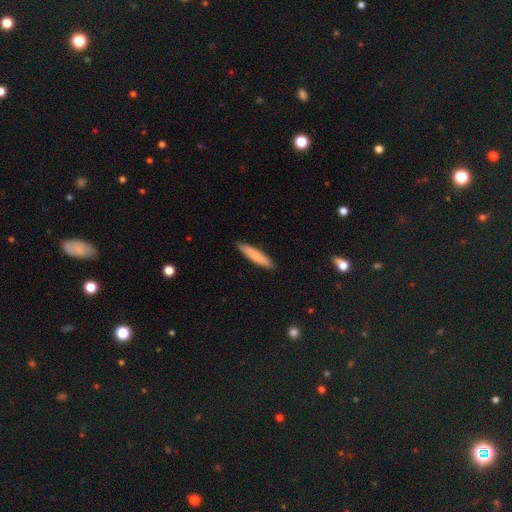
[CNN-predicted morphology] smooth_or_featured: smooth (p=0.79) [alt: featured or disk p=0.15]
how_rounded: cigar-shaped (p=0.84) [alt: in between p=0.15]
merging: none (p=0.89) [alt: minor disturbance p=0.08]